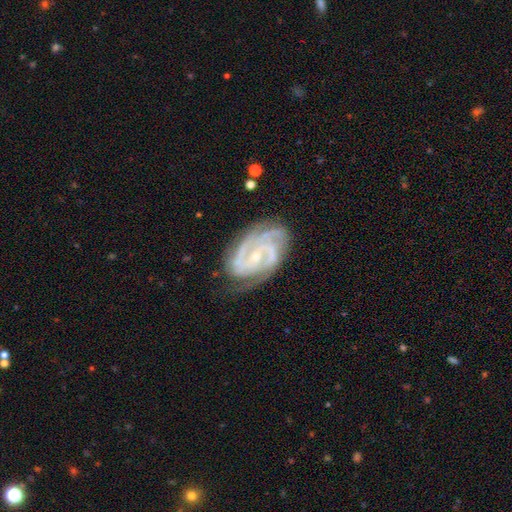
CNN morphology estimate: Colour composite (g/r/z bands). It shows a featured or disk galaxy (90%) with no bar (51%), 3 (38%) tight (63%) spiral arms (98%) and a small central bulge (73%). Merging: none (71%).